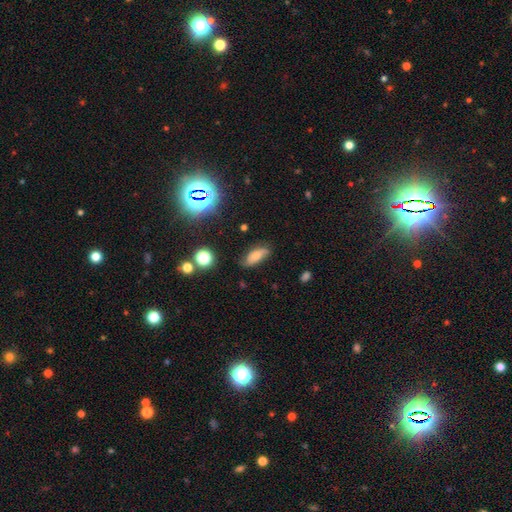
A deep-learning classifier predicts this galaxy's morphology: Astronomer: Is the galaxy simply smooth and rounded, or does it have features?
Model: smooth — 59%.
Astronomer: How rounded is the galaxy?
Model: in between — 77%.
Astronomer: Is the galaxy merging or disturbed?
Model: none — 72%.